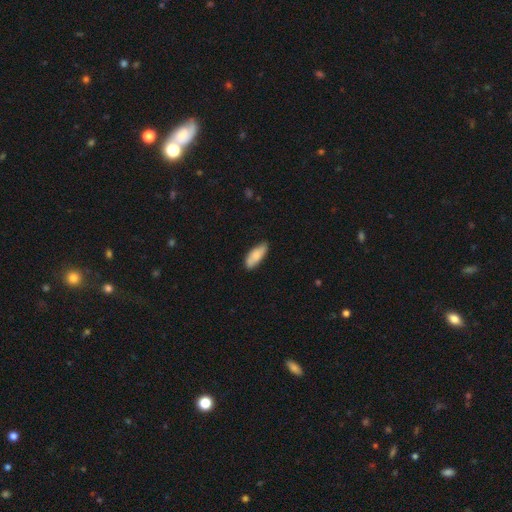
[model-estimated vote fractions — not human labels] smooth 80%, featured or disk 14%, star or artifact 6%. Down the decision tree: how rounded — in between (72%); merging — none (76%).